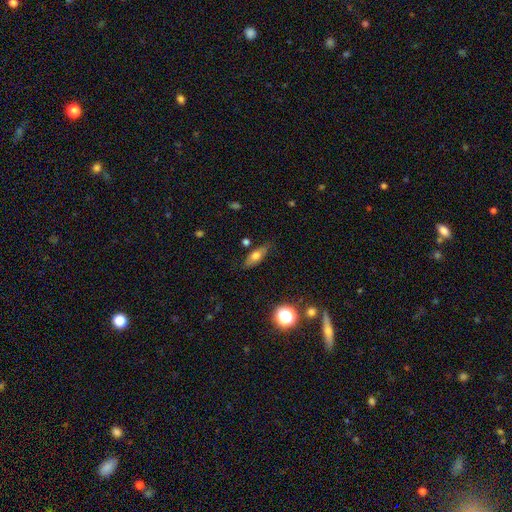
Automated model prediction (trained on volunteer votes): A smooth galaxy with no disk features (61%) that is in between round and cigar-shaped (64%). Merging: none (77%).